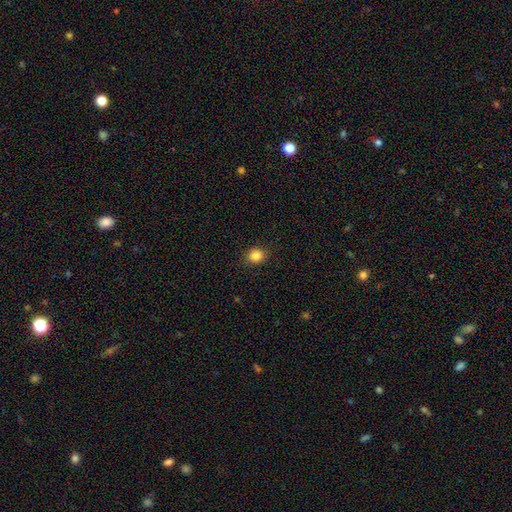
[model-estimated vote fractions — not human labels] This is clearly a smooth galaxy (85%). How rounded: likely round (75%). Merging: clearly none (89%).